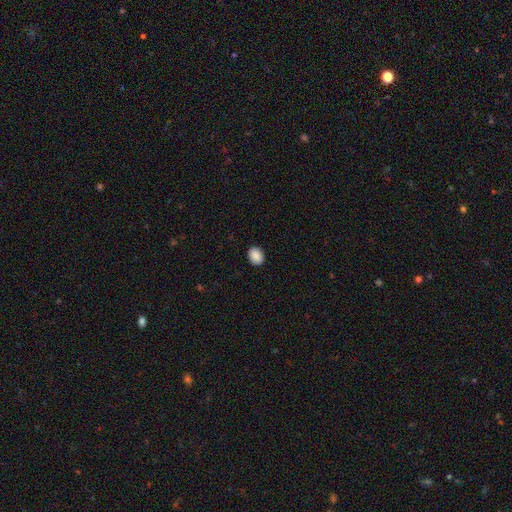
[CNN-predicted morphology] smooth_or_featured: smooth (p=0.90) [alt: star or artifact p=0.08]
how_rounded: in between (p=0.60) [alt: round p=0.39]
merging: none (p=0.90) [alt: minor disturbance p=0.07]